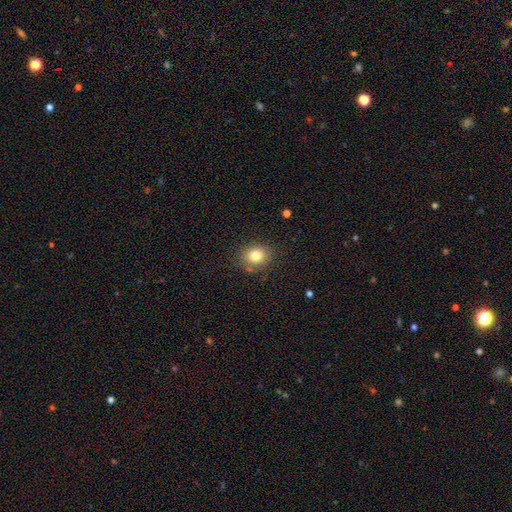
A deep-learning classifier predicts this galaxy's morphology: smooth-or-featured: smooth: 80% | star or artifact: 11% | featured or disk: 9%
  how-rounded: round: 61% | in between: 38% | cigar-shaped: 1%
  merging: none: 80% | minor disturbance: 13% | major disturbance: 4% | merger: 3%